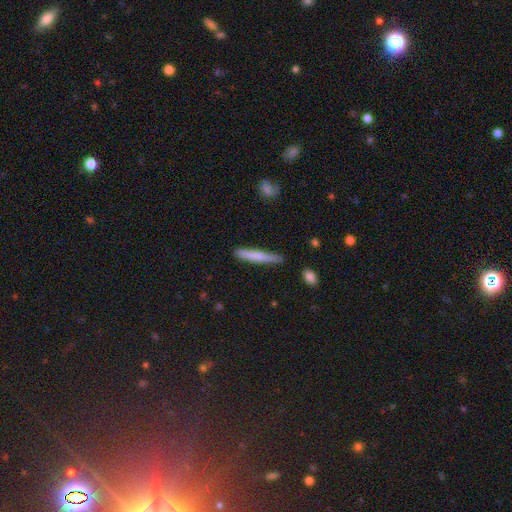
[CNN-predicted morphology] This appears to be a smooth galaxy with no disk features (70%) that is cigar-shaped (95%). Merging: none (83%).